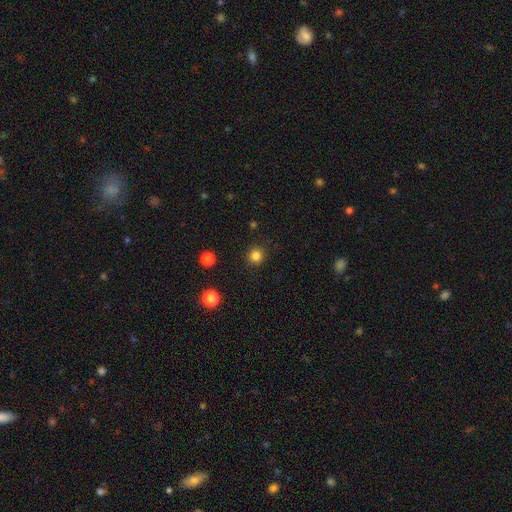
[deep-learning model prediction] The model was most divided on "smooth or featured": smooth: 83%, star or artifact: 13%, featured or disk: 4%. More confident: how rounded — round (94%); merging — none (91%).